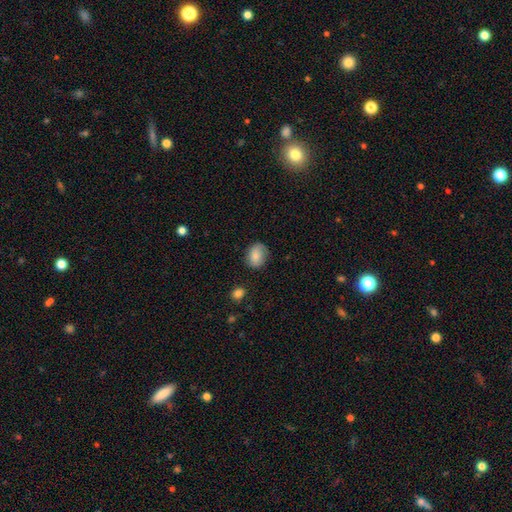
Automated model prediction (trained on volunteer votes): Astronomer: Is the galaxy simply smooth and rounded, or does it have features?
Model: smooth — 79%.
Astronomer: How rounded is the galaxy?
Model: in between — 55% (runner-up: round, 44%).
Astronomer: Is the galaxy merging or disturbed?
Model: none — 74%.